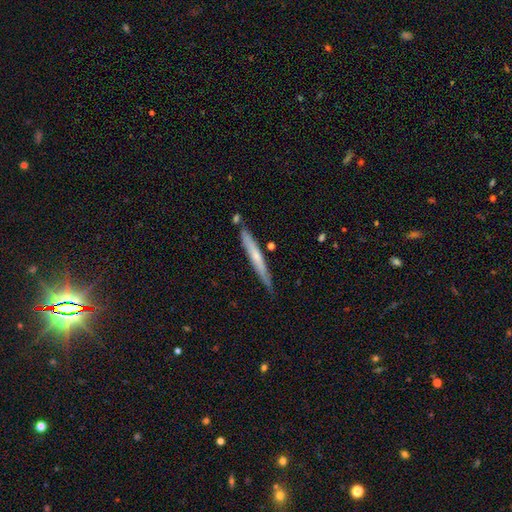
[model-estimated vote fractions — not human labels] Smooth or featured?
  - smooth: 49% *
  - featured or disk: 45%
  - star or artifact: 6%
Merging?
  - none: 76% *
  - minor disturbance: 17%
  - merger: 5%
  - major disturbance: 2%